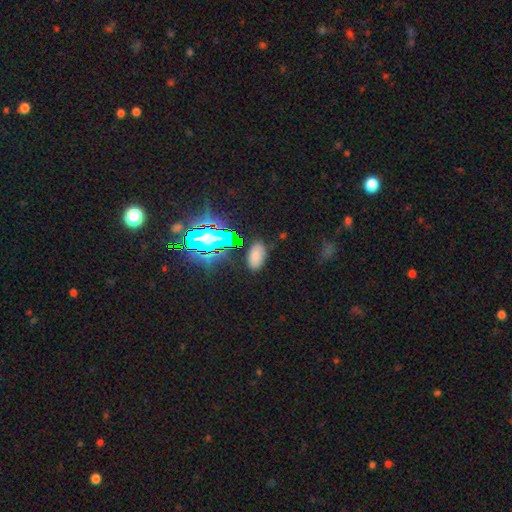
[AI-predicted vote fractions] A smooth galaxy with no disk features (66%) that is in between round and cigar-shaped (93%). Merging: none (82%).